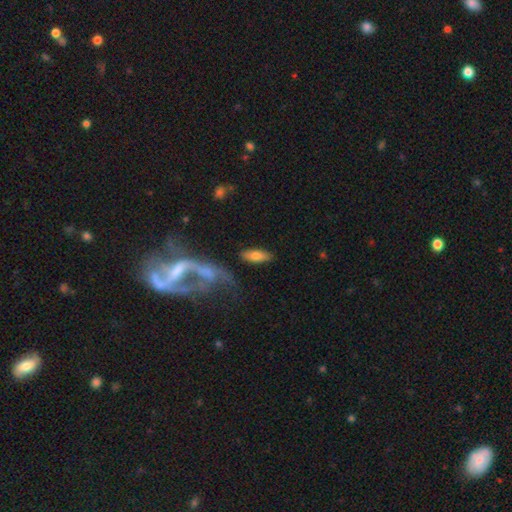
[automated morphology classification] This is likely a smooth galaxy (72%). How rounded: likely in between (77%). Merging: likely none (78%).